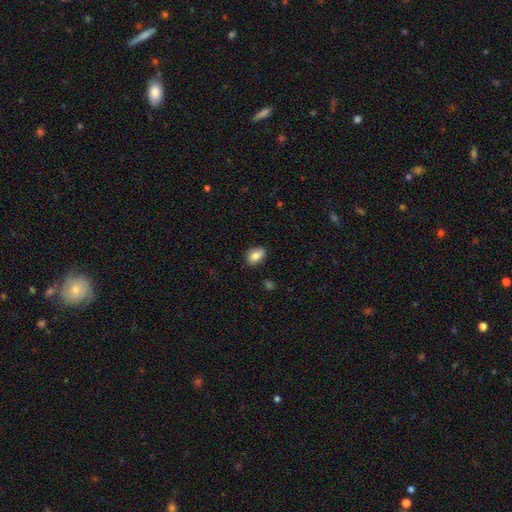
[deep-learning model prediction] Smooth or featured? smooth (85%)
How rounded? in between (85%)
Merging? none (84%)